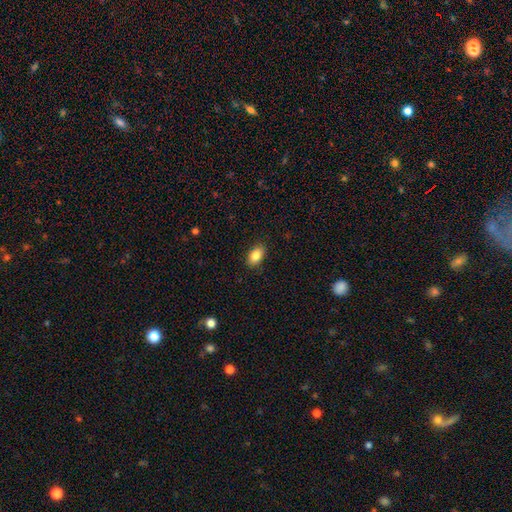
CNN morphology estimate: A smooth galaxy with no disk features (86%) that is in between round and cigar-shaped (89%).

Vote fractions:
- Smooth or featured? smooth: 86% / star or artifact: 8% / featured or disk: 6%
- How rounded? in between: 89% / round: 9% / cigar-shaped: 2%
- Merging? none: 87% / minor disturbance: 10% / major disturbance: 2% / merger: 1%